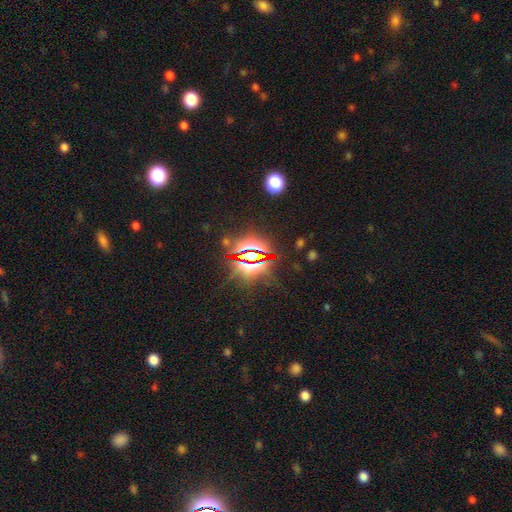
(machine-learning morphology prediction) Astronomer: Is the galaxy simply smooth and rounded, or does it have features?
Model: star or artifact — 83%.